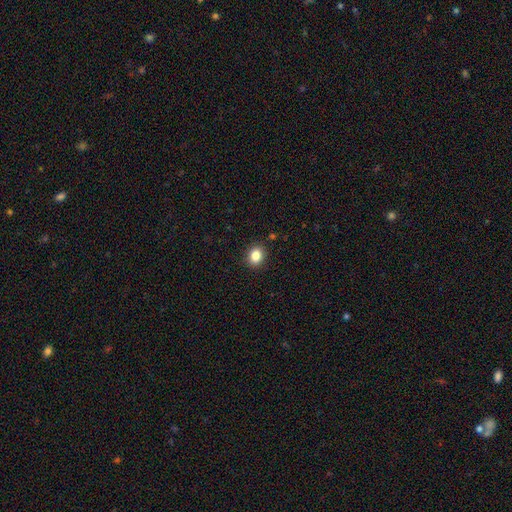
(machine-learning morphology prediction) Smooth or featured?
  - smooth: 85% *
  - star or artifact: 10%
  - featured or disk: 5%
How rounded?
  - round: 50% *
  - in between: 49%
  - cigar-shaped: 1%
Merging?
  - none: 89% *
  - minor disturbance: 7%
  - major disturbance: 2%
  - merger: 1%